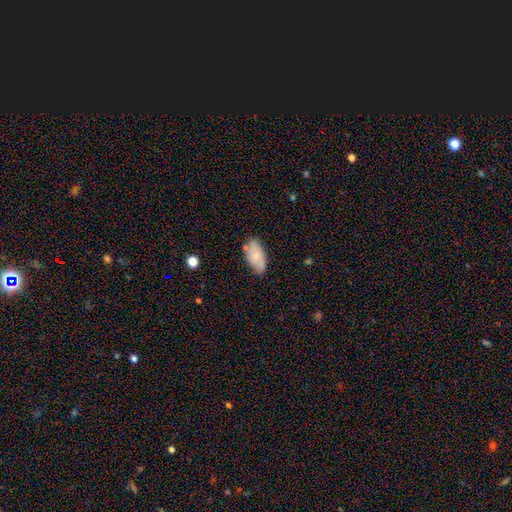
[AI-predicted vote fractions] Smooth or featured?
  - smooth: 66% *
  - featured or disk: 27%
  - star or artifact: 7%
How rounded?
  - in between: 93% *
  - cigar-shaped: 4%
  - round: 3%
Merging?
  - none: 67% *
  - minor disturbance: 24%
  - major disturbance: 5%
  - merger: 4%